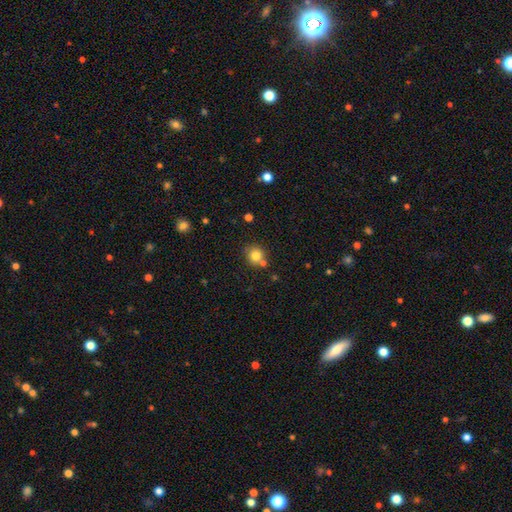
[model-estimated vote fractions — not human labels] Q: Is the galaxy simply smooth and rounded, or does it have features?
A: smooth — 80%.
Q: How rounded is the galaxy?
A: round — 88%.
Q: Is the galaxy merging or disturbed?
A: none — 69%.